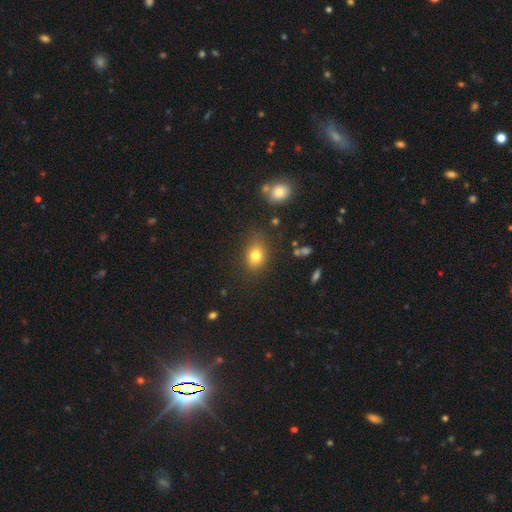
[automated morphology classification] Smooth or featured? Predicted: smooth (p=0.79). How rounded? Predicted: in between (p=0.65). Merging? Predicted: none (p=0.76).